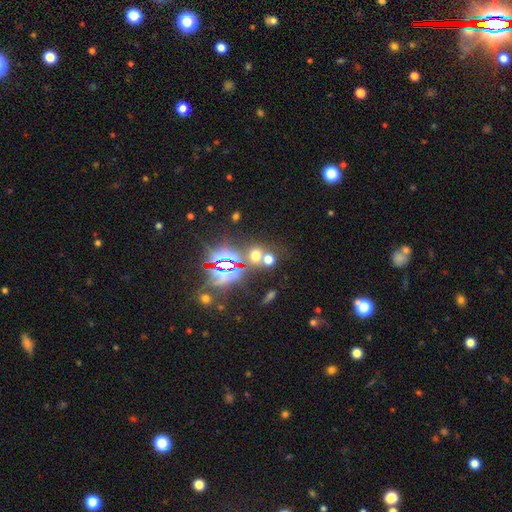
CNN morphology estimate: This appears to be a star or artifact, not a galaxy (45%, tied with smooth).